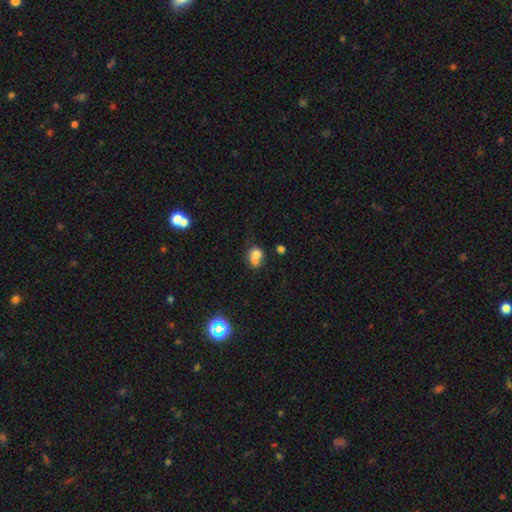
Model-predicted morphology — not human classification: The model was most divided on "how rounded": round: 54%, in between: 45%, cigar-shaped: 1%. Remaining: smooth or featured — smooth (71%); merging — merger (44%).